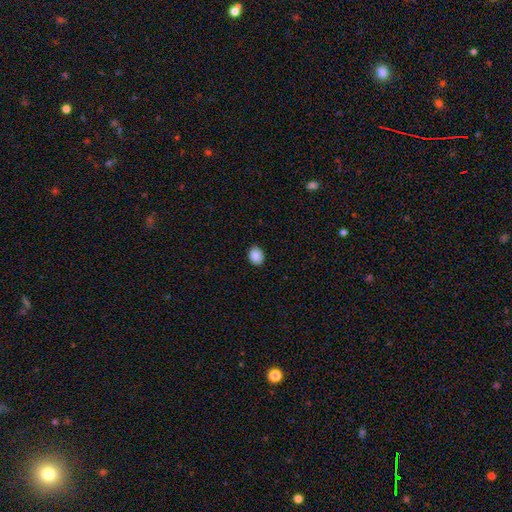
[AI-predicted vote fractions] Smooth or featured: smooth — 89% (star or artifact — 8%)
How rounded: in between — 51% (round — 48%)
Merging: none — 90% (minor disturbance — 8%)